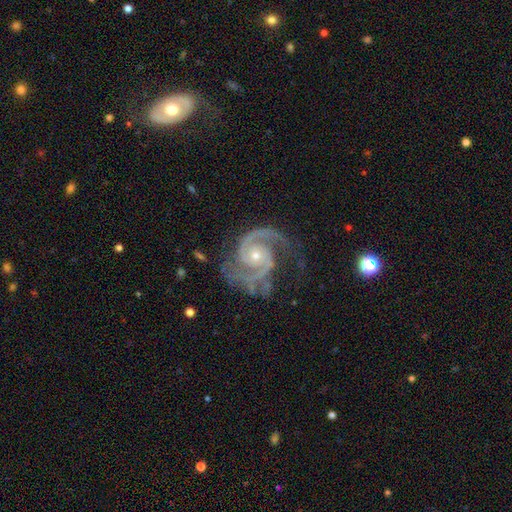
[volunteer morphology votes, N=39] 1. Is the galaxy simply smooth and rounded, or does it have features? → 85% featured or disk, 10% star or artifact, 5% smooth.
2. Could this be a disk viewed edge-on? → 100% no, 0% yes.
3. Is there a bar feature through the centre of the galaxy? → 45% weak, 39% no, 15% strong.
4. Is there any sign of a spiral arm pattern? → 100% yes, 0% no.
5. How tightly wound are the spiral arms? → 67% medium, 27% tight, 6% loose.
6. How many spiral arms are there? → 100% 2, 0% 1, 0% 3, 0% 4, 0% more than 4, 0% can't tell.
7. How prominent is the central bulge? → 70% small, 27% moderate, 3% large, 0% dominant, 0% none.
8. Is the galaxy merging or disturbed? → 74% none, 17% minor disturbance, 6% major disturbance, 3% merger.